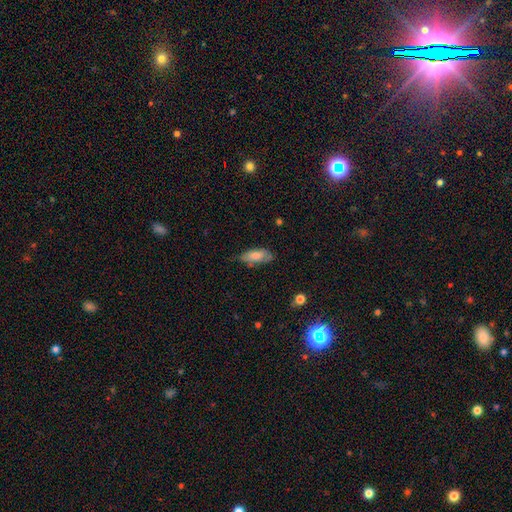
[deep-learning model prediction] Smooth or featured? Predicted: smooth (p=0.75). How rounded? Predicted: in between (p=0.82). Merging? Predicted: none (p=0.55).